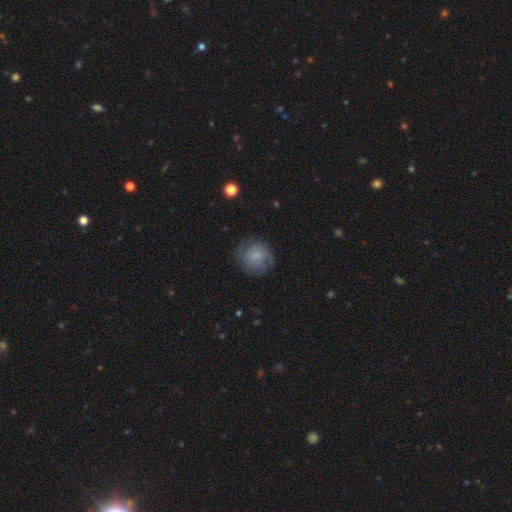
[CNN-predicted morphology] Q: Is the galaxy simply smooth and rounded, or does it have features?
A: smooth — 67%.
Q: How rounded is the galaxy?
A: round — 88%.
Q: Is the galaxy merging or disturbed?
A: none — 72%.